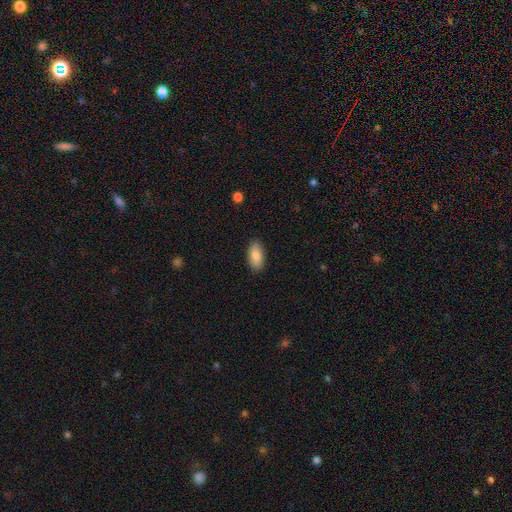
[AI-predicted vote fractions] Overall: smooth (86%). How rounded: in between (92%). Merging: none (88%).